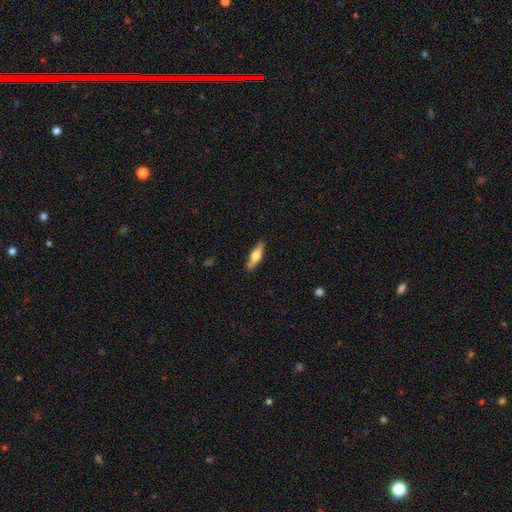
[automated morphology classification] smooth-or-featured: smooth: 48% | featured or disk: 46% | star or artifact: 6%
  merging: none: 87% | minor disturbance: 10% | major disturbance: 2% | merger: 1%